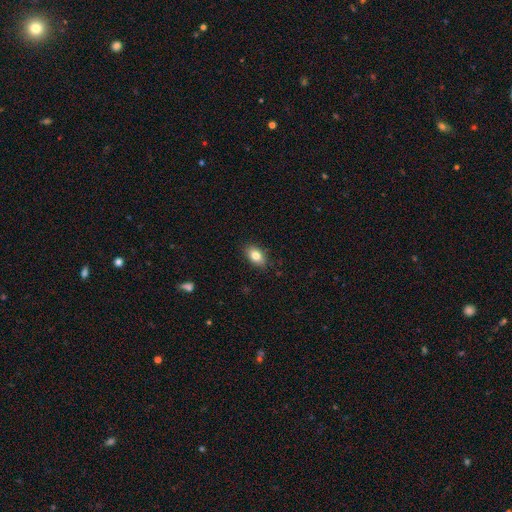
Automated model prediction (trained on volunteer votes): smooth-or-featured: smooth: 83% | featured or disk: 9% | star or artifact: 8%
  how-rounded: in between: 87% | round: 11% | cigar-shaped: 2%
  merging: none: 87% | minor disturbance: 10% | major disturbance: 2% | merger: 1%